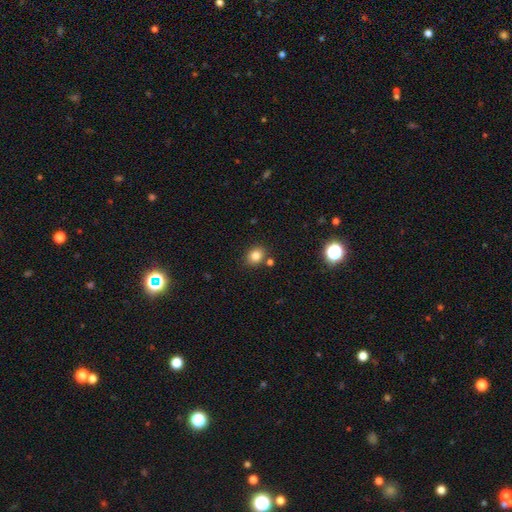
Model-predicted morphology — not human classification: Smooth or featured? smooth (82%)
How rounded? round (58%)
Merging? none (79%)